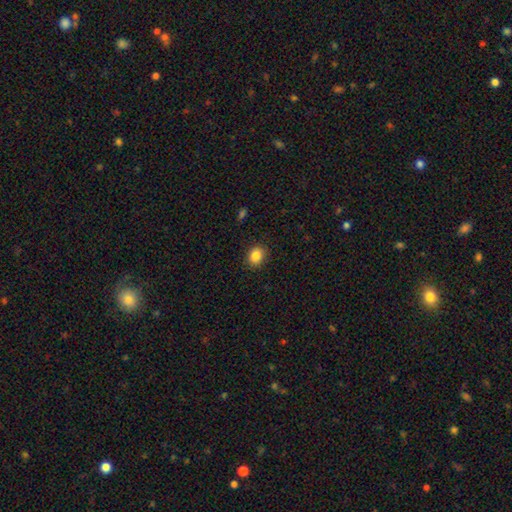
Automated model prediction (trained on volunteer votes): Morphology: type=smooth (86%); roundness=round (60%); merging=none (89%).